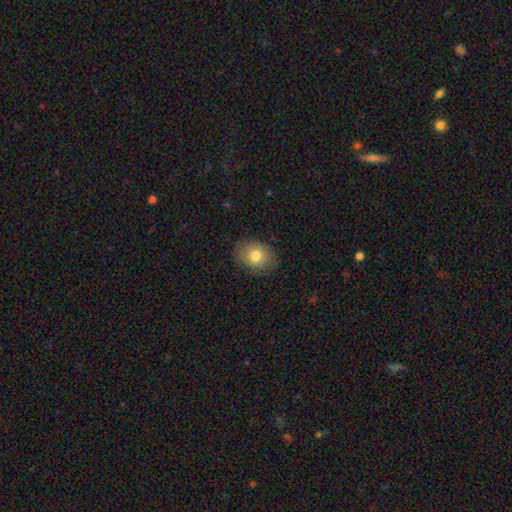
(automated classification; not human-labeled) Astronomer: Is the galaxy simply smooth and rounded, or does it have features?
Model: smooth — 77%.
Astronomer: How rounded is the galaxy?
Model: round — 51% (runner-up: in between, 49%).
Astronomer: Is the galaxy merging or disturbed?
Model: none — 83%.